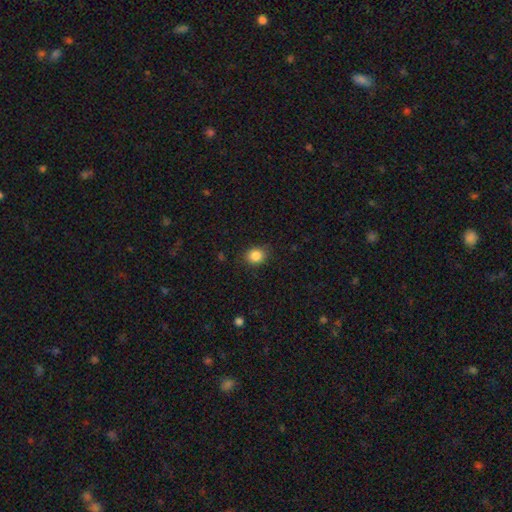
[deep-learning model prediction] This is clearly a smooth galaxy (85%). How rounded: likely round (73%). Merging: clearly none (83%).